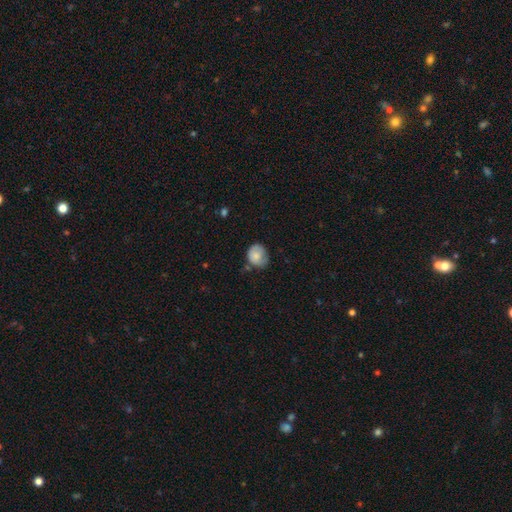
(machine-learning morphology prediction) smooth_or_featured: smooth (p=0.75) [alt: featured or disk p=0.18]
how_rounded: round (p=0.64) [alt: in between p=0.35]
merging: none (p=0.53) [alt: minor disturbance p=0.34]